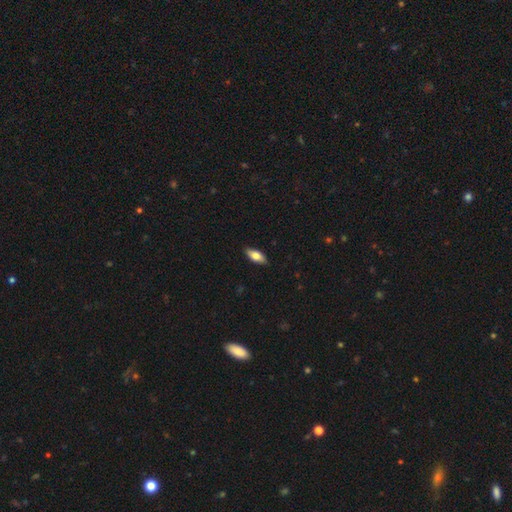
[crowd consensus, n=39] Overall: smooth (85%). How rounded: in between (79%). Merging: none (92%).